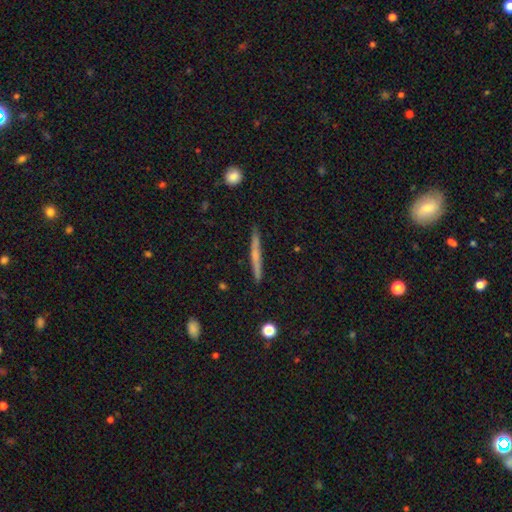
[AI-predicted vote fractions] Q: Smooth or featured?
A: featured or disk (48%); runner-up: smooth (45%)
Q: Merging?
A: none (90%); runner-up: minor disturbance (7%)